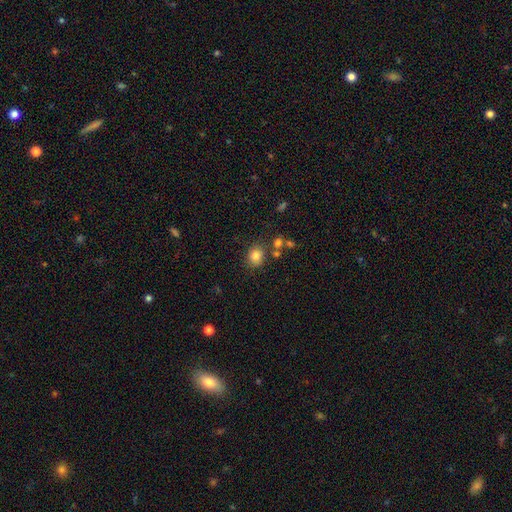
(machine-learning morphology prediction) A smooth galaxy with no disk features (81%) that is round (67%).

Vote fractions:
- Smooth or featured? smooth: 81% / star or artifact: 12% / featured or disk: 7%
- How rounded? round: 67% / in between: 32% / cigar-shaped: 1%
- Merging? none: 77% / minor disturbance: 12% / merger: 8% / major disturbance: 4%